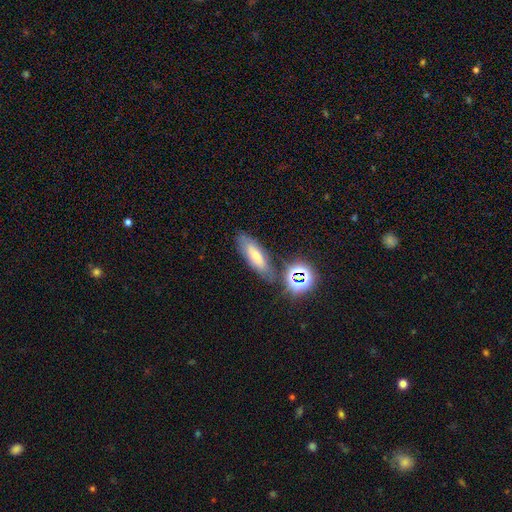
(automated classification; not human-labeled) Smooth or featured? Predicted: smooth (p=0.54). How rounded? Predicted: in between (p=0.51). Merging? Predicted: none (p=0.75).